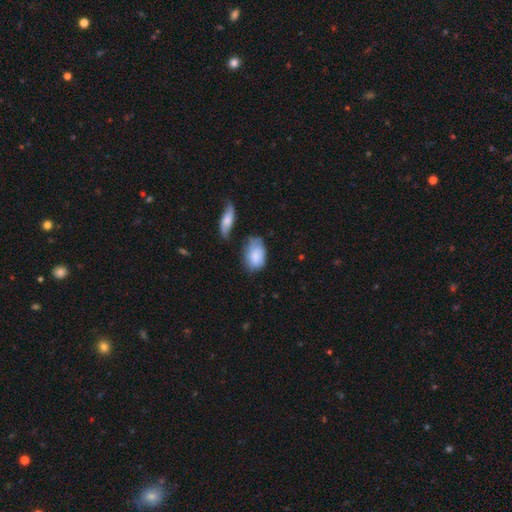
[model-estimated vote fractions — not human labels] Smooth or featured: smooth — 77% (featured or disk — 16%)
How rounded: in between — 88% (round — 10%)
Merging: none — 46% (minor disturbance — 35%)